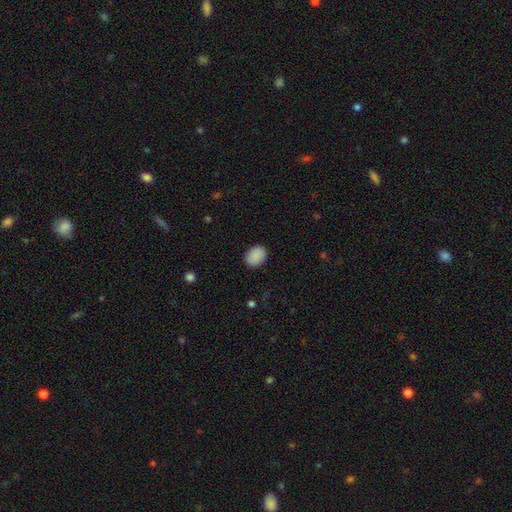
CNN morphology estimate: Smooth or featured?
  - smooth: 90% *
  - star or artifact: 7%
  - featured or disk: 3%
How rounded?
  - in between: 66% *
  - round: 33%
  - cigar-shaped: 1%
Merging?
  - none: 88% *
  - minor disturbance: 9%
  - major disturbance: 2%
  - merger: 1%